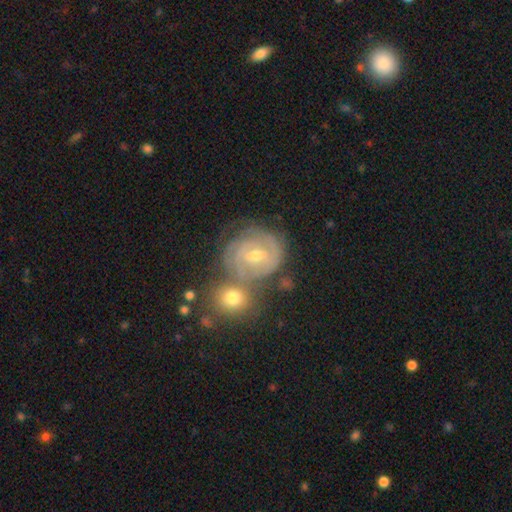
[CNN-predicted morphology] A featured or disk galaxy (80%) with a weak bar (53%), tight (74%) spiral arms (93%) and a moderate central bulge (51%). Merging: none (55%).